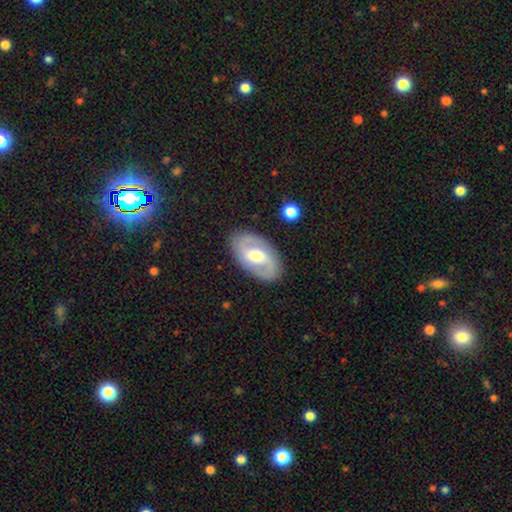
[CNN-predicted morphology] smooth-or-featured: featured or disk: 77% | smooth: 18% | star or artifact: 5%
  disk-edge-on: no: 96% | yes: 4%
    bar: weak: 50% | no: 29% | strong: 21%
    has-spiral-arms: yes: 85% | no: 15%
      spiral-winding: medium: 50% | tight: 25% | loose: 25%
      spiral-arm-count: 2: 89% | can't tell: 6% | 1: 2% | 3: 1% | 4: 1% | more than 4: 1%
    bulge-size: moderate: 67% | small: 22% | large: 9% | none: 1% | dominant: 1%
  merging: none: 86% | minor disturbance: 10% | major disturbance: 3% | merger: 1%